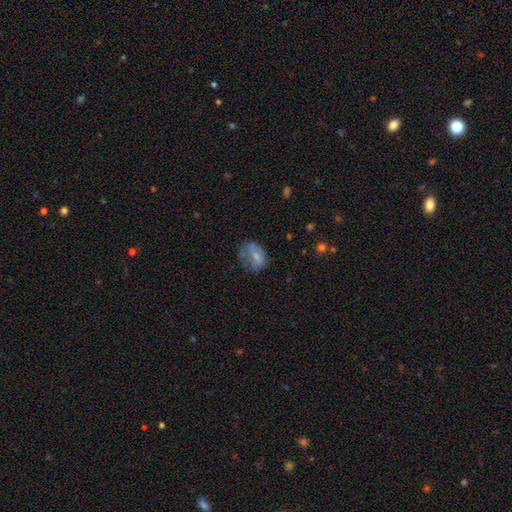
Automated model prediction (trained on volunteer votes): Smooth or featured: smooth — 65% (featured or disk — 25%)
How rounded: in between — 69% (round — 29%)
Merging: none — 48% (minor disturbance — 29%)